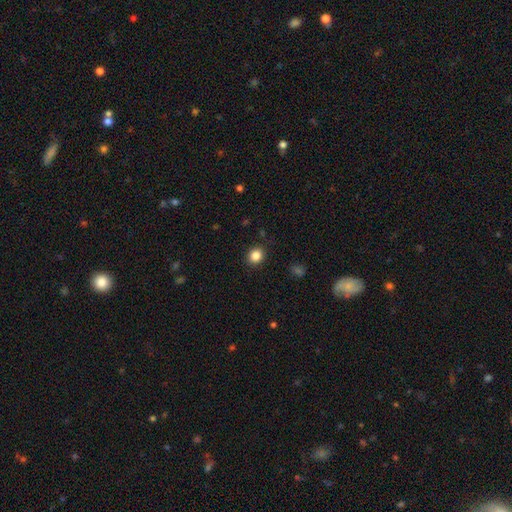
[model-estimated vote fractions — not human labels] A smooth galaxy with no disk features (85%) that is round (76%). Merging: none (90%).